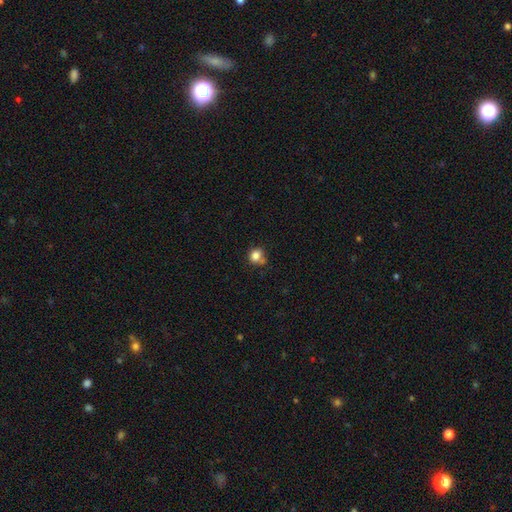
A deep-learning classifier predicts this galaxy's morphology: Smooth or featured: smooth — 81% (star or artifact — 12%)
How rounded: round — 74% (in between — 25%)
Merging: none — 55% (minor disturbance — 23%)